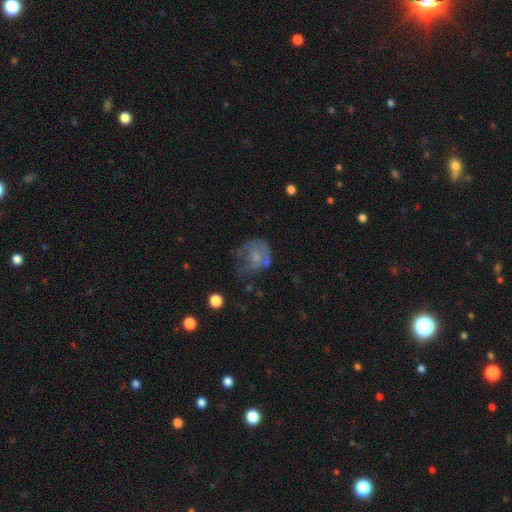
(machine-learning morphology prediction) Smooth or featured? Predicted: smooth (p=0.48). Merging? Predicted: none (p=0.37).